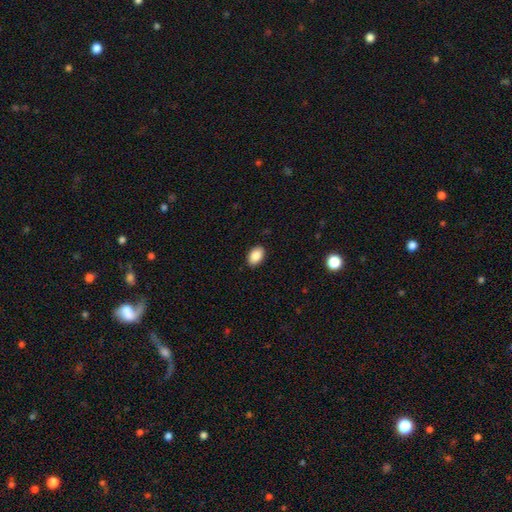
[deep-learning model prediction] smooth-or-featured: smooth: 88% | star or artifact: 7% | featured or disk: 4%
  how-rounded: in between: 88% | round: 10% | cigar-shaped: 1%
  merging: none: 89% | minor disturbance: 8% | major disturbance: 2% | merger: 1%